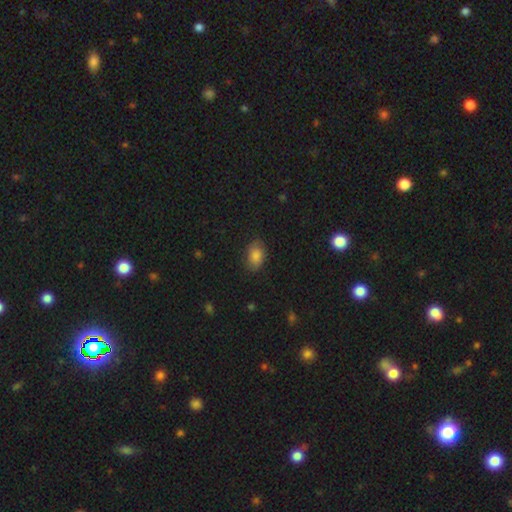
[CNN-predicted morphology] This appears to be a smooth galaxy with no disk features (81%) that is in between round and cigar-shaped (86%). Merging: none (79%).